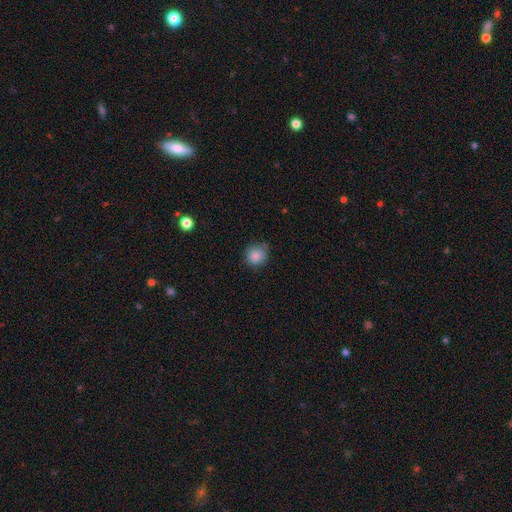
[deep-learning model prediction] smooth-or-featured: smooth: 86% | star or artifact: 9% | featured or disk: 4%
  how-rounded: round: 88% | in between: 11% | cigar-shaped: 1%
  merging: none: 76% | minor disturbance: 19% | major disturbance: 3% | merger: 2%